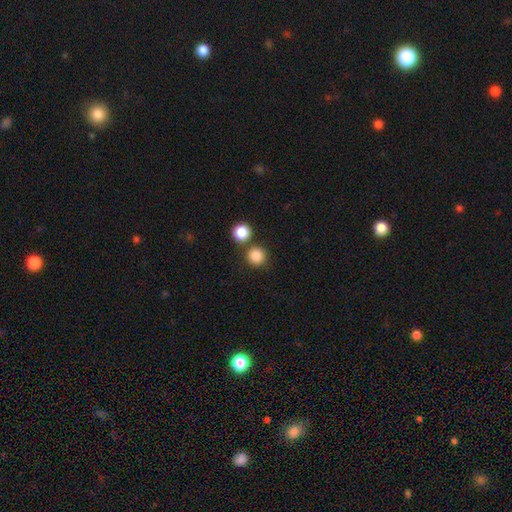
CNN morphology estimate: This is clearly a smooth galaxy (86%). How rounded: clearly round (93%). Merging: likely none (75%).